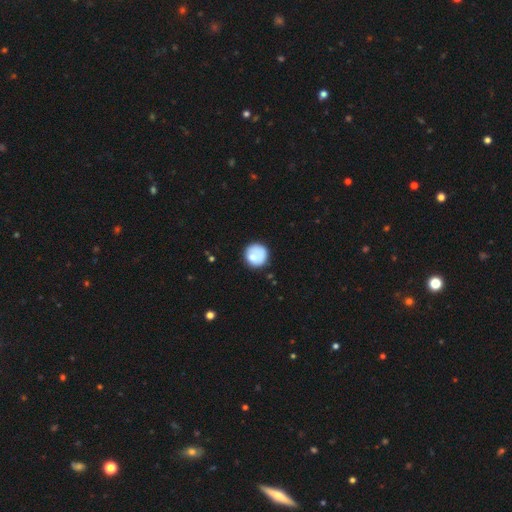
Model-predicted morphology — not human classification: Overall: smooth (75%). How rounded: round (91%). Merging: none (71%).